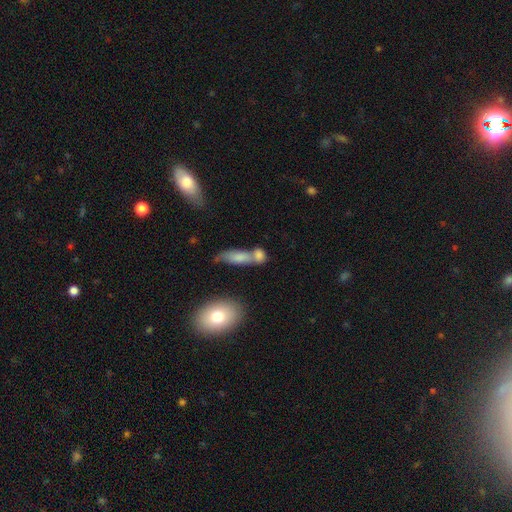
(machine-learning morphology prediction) This appears to be a smooth galaxy with no disk features (74%) that is in between round and cigar-shaped (51%). Merging: merger (50%).